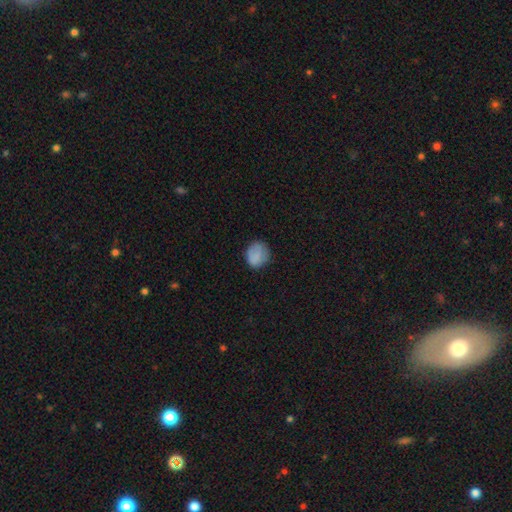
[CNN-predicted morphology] Smooth or featured? Predicted: smooth (p=0.82). How rounded? Predicted: round (p=0.69). Merging? Predicted: none (p=0.74).